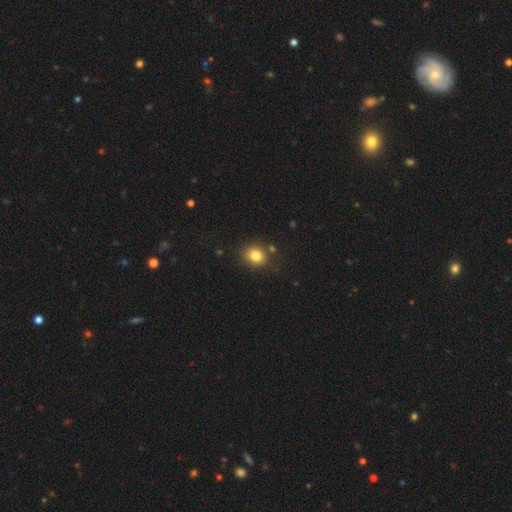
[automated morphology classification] Smooth or featured? Predicted: smooth (p=0.81). How rounded? Predicted: round (p=0.66). Merging? Predicted: none (p=0.81).